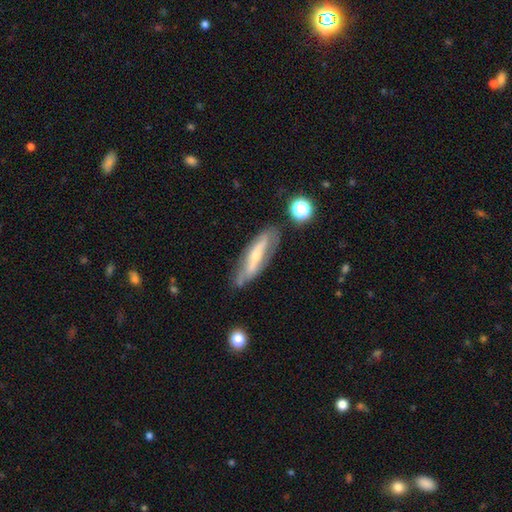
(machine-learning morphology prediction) smooth-or-featured: featured or disk: 60% | smooth: 32% | star or artifact: 7%
  disk-edge-on: no: 55% | yes: 45%
  merging: none: 67% | minor disturbance: 22% | major disturbance: 7% | merger: 4%